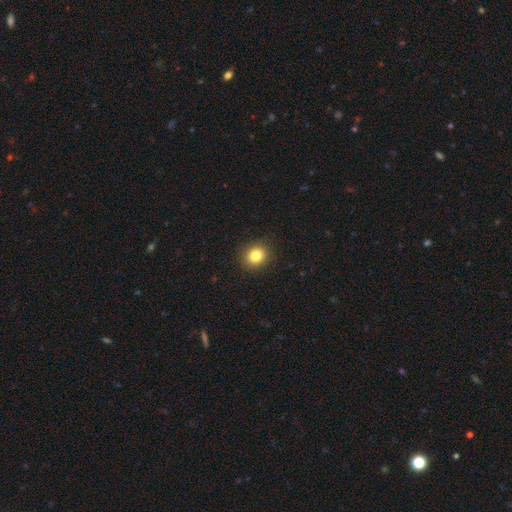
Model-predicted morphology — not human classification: Smooth or featured? smooth (83%)
How rounded? round (73%)
Merging? none (90%)